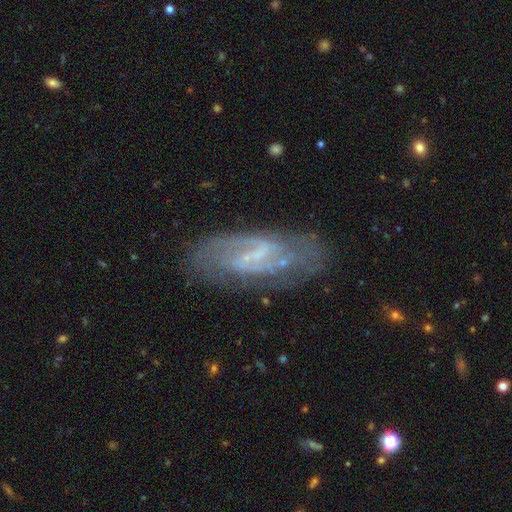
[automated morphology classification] Q: Smooth or featured?
A: featured or disk (77%); runner-up: smooth (15%)
Q: Edge-on disk?
A: no (89%); runner-up: yes (11%)
Q: Bar?
A: weak (43%); runner-up: strong (41%)
Q: Spiral arms?
A: yes (79%); runner-up: no (21%)
Q: Spiral winding?
A: medium (41%); runner-up: tight (30%)
Q: Spiral arm count?
A: 2 (63%); runner-up: can't tell (25%)
Q: Bulge size?
A: small (49%); runner-up: none (36%)
Q: Merging?
A: none (70%); runner-up: minor disturbance (18%)